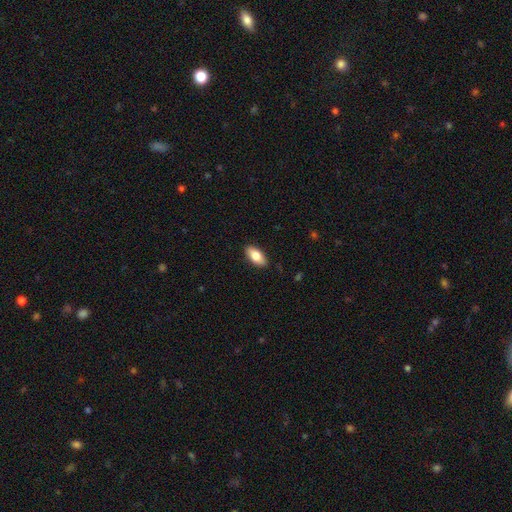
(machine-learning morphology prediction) smooth 81%, featured or disk 13%, star or artifact 6%. Down the decision tree: how rounded — in between (89%); merging — none (88%).